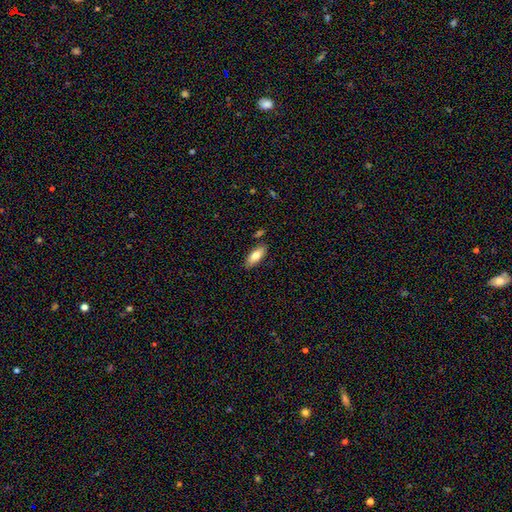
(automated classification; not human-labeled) A smooth galaxy with no disk features (76%) that is in between round and cigar-shaped (76%).

Vote fractions:
- Smooth or featured? smooth: 76% / featured or disk: 17% / star or artifact: 6%
- How rounded? in between: 76% / cigar-shaped: 22% / round: 2%
- Merging? none: 83% / minor disturbance: 11% / merger: 4% / major disturbance: 2%